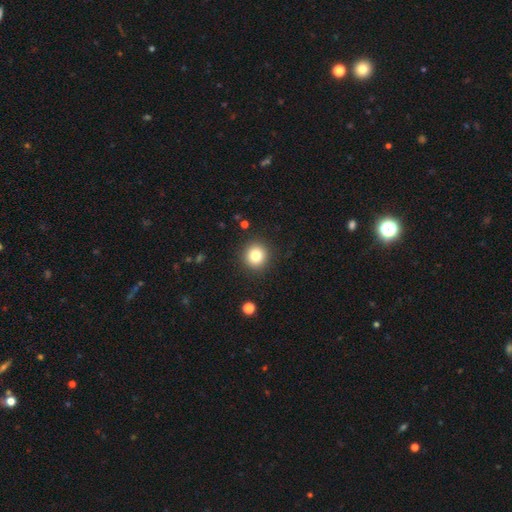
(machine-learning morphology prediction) Smooth or featured: smooth — 82% (star or artifact — 11%)
How rounded: round — 93% (in between — 6%)
Merging: none — 91% (minor disturbance — 6%)